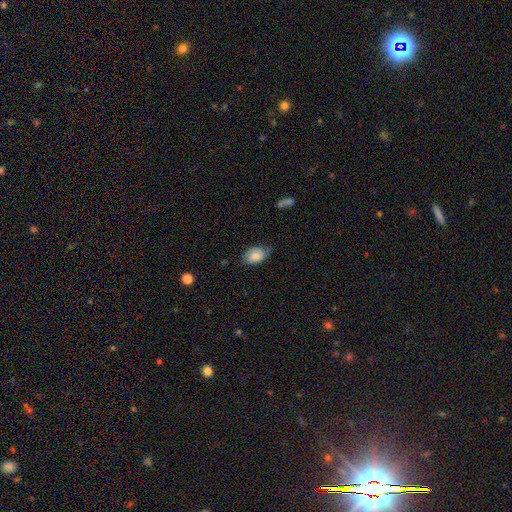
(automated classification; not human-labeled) A smooth galaxy with no disk features (77%) that is in between round and cigar-shaped (86%).

Vote fractions:
- Smooth or featured? smooth: 77% / featured or disk: 16% / star or artifact: 8%
- How rounded? in between: 86% / round: 12% / cigar-shaped: 1%
- Merging? none: 62% / minor disturbance: 30% / major disturbance: 7% / merger: 2%